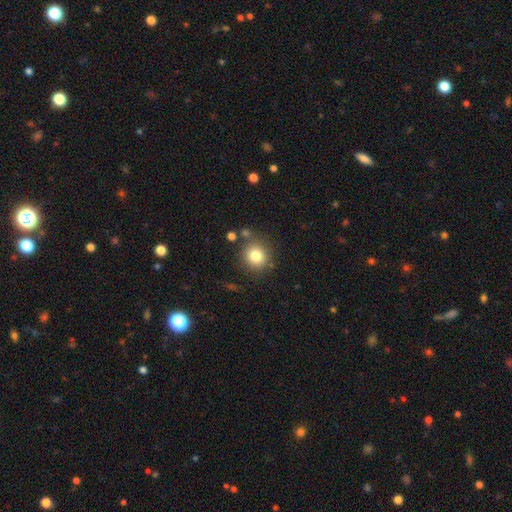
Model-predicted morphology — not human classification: smooth-or-featured: smooth: 80% | star or artifact: 12% | featured or disk: 8%
  how-rounded: round: 91% | in between: 8% | cigar-shaped: 1%
  merging: none: 81% | minor disturbance: 10% | merger: 6% | major disturbance: 3%